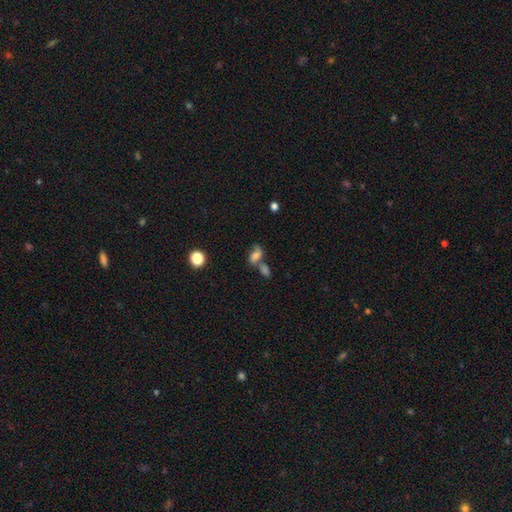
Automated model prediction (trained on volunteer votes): smooth 58%, featured or disk 28%, star or artifact 15%. Down the decision tree: how rounded — in between (79%); merging — merger (46%).